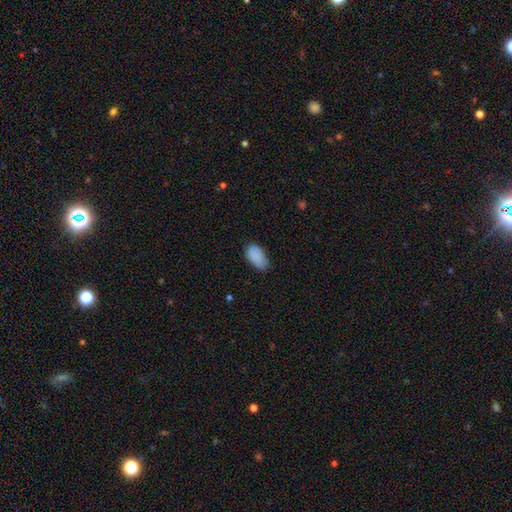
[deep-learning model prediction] smooth_or_featured: smooth (p=0.87) [alt: star or artifact p=0.07]
how_rounded: in between (p=0.94) [alt: round p=0.04]
merging: none (p=0.65) [alt: minor disturbance p=0.29]